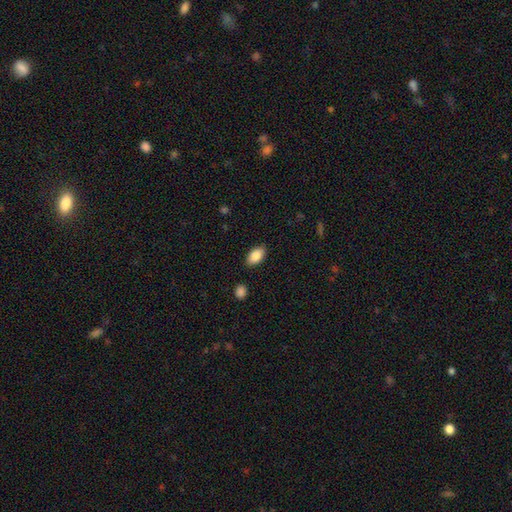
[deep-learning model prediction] The model was most divided on "merging": none: 86%, minor disturbance: 10%, major disturbance: 2%, merger: 2%. More confident: how rounded — in between (93%); smooth or featured — smooth (86%).